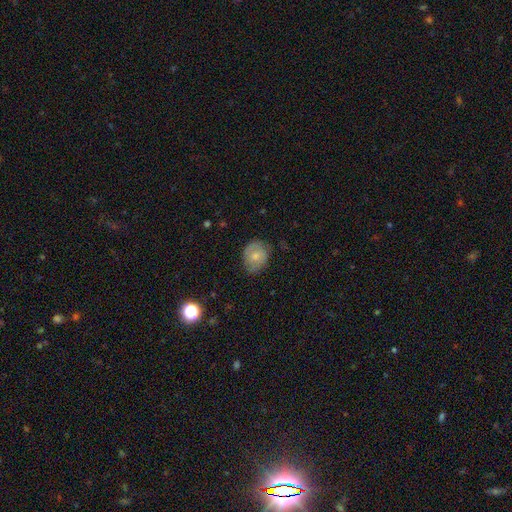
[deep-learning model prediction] Morphology: type=smooth (68%); roundness=round (58%); merging=none (67%).